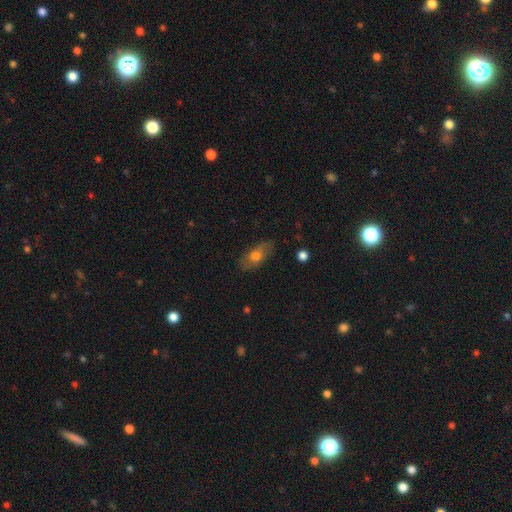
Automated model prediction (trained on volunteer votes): Smooth or featured? Predicted: smooth (p=0.64). How rounded? Predicted: in between (p=0.82). Merging? Predicted: none (p=0.77).